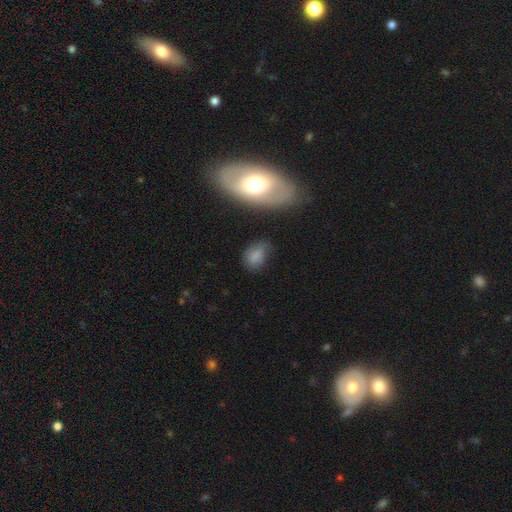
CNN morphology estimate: Q: Smooth or featured?
A: smooth (75%); runner-up: featured or disk (13%)
Q: How rounded?
A: in between (77%); runner-up: round (21%)
Q: Merging?
A: none (52%); runner-up: minor disturbance (32%)